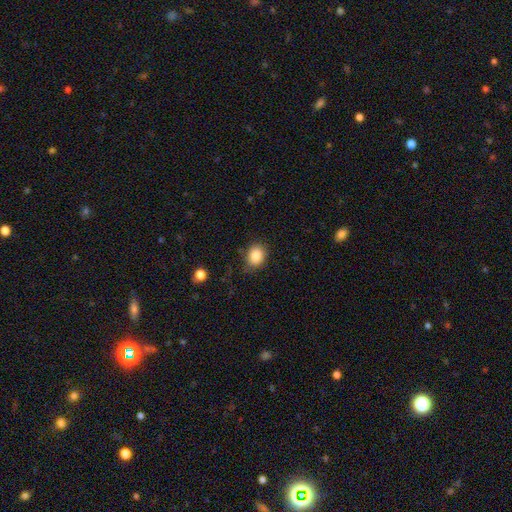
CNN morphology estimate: Overall: smooth (86%). How rounded: in between (53%; round 47%). Merging: none (82%).